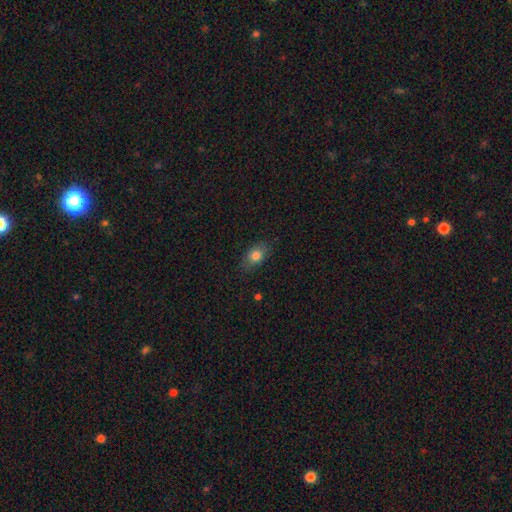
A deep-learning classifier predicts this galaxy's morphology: Q: Smooth or featured?
A: smooth (79%); runner-up: featured or disk (12%)
Q: How rounded?
A: in between (79%); runner-up: round (18%)
Q: Merging?
A: none (81%); runner-up: minor disturbance (14%)